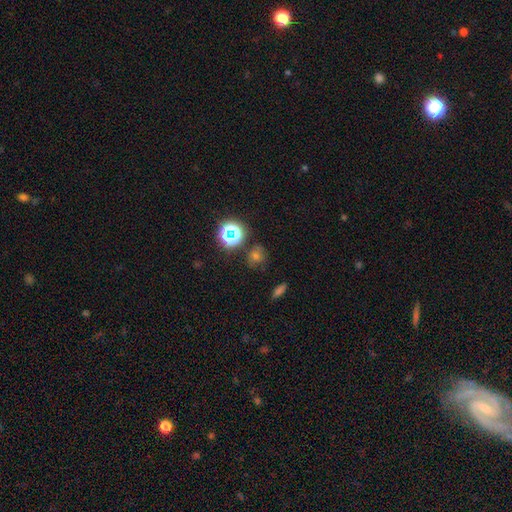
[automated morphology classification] This appears to be a smooth galaxy with no disk features (47%). Merging: none (78%).